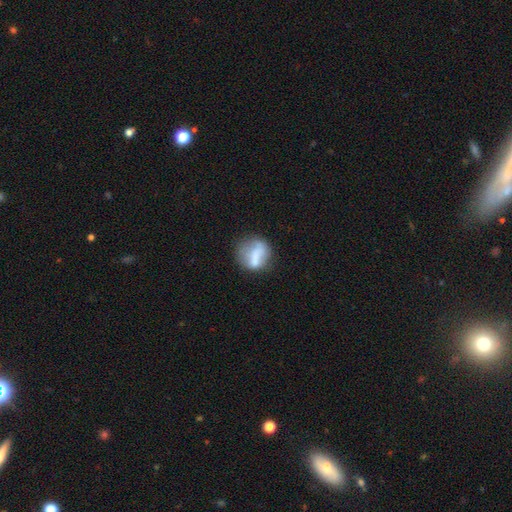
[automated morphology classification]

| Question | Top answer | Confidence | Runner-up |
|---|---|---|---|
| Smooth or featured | smooth | 61% | featured or disk (30%) |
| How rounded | round | 71% | in between (27%) |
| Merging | none | 47% | minor disturbance (24%) |